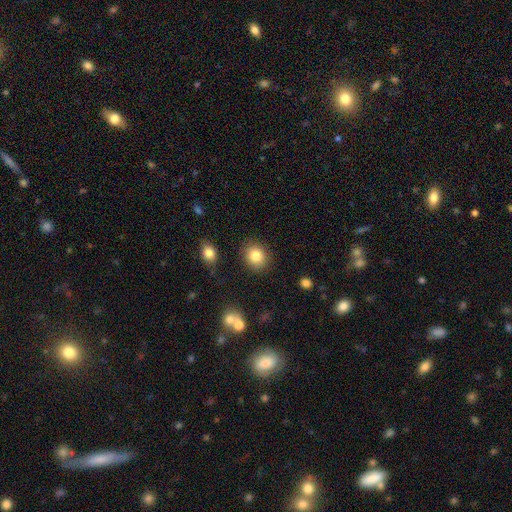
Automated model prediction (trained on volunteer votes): This is clearly a smooth galaxy (83%). How rounded: likely round (71%). Merging: clearly none (86%).